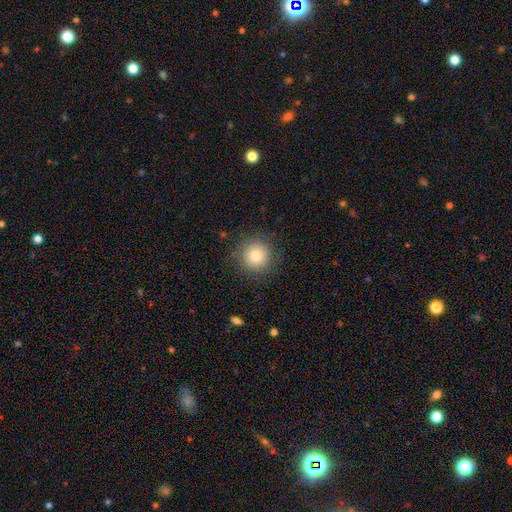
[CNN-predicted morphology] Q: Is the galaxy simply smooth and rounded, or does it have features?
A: smooth — 79%.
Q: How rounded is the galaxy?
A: round — 94%.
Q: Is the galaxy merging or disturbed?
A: none — 86%.